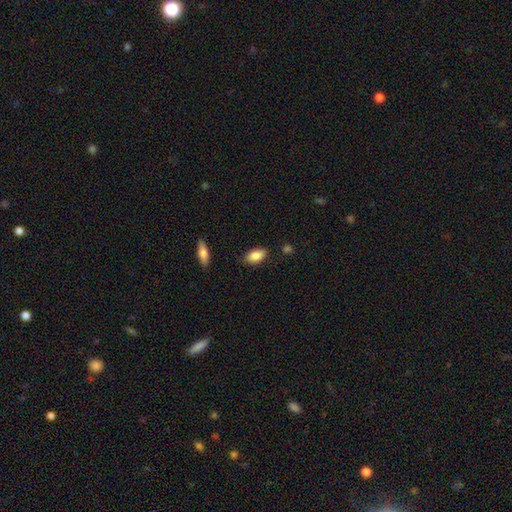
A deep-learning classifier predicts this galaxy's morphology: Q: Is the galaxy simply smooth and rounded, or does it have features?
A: smooth — 86%.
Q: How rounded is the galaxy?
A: in between — 91%.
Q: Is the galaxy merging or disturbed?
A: none — 82%.